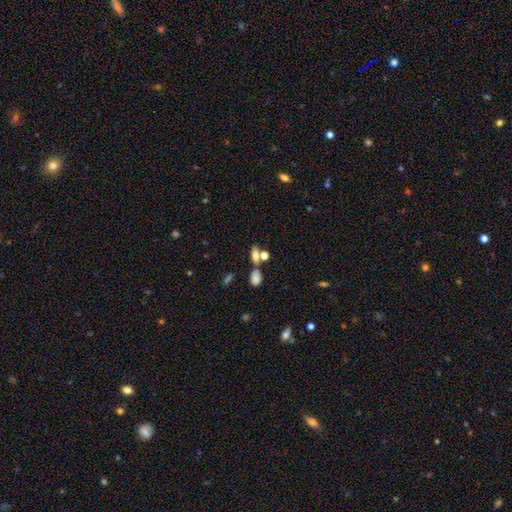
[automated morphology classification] smooth_or_featured: smooth (p=0.65) [alt: featured or disk p=0.20]
how_rounded: in between (p=0.65) [alt: cigar-shaped p=0.20]
merging: none (p=0.49) [alt: merger p=0.34]